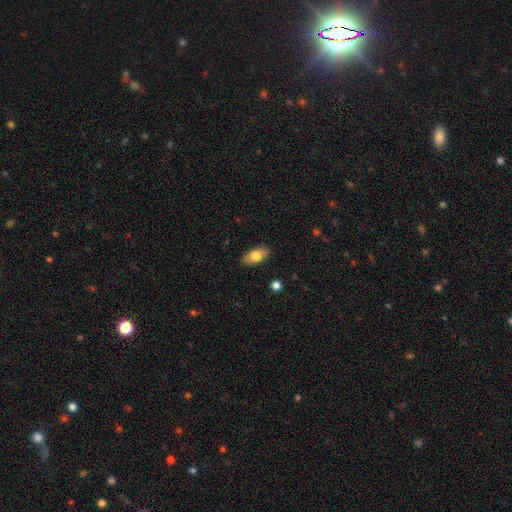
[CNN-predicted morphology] smooth_or_featured: smooth (p=0.77) [alt: featured or disk p=0.17]
how_rounded: in between (p=0.89) [alt: cigar-shaped p=0.06]
merging: none (p=0.88) [alt: minor disturbance p=0.09]